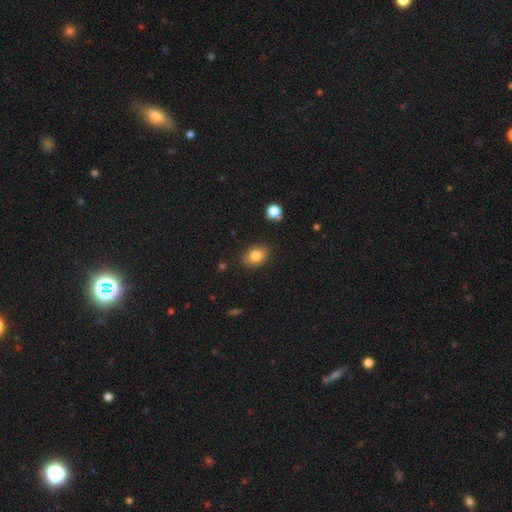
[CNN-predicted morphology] type=smooth (82%); roundness=in between (76%); merging=none (85%).